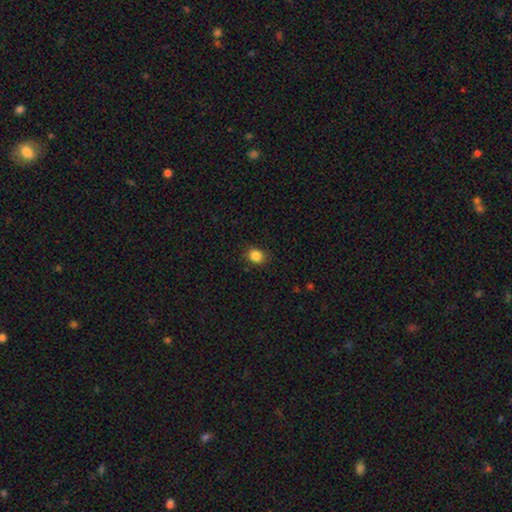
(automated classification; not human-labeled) Q: Smooth or featured?
A: smooth (85%); runner-up: star or artifact (11%)
Q: How rounded?
A: round (65%); runner-up: in between (34%)
Q: Merging?
A: none (86%); runner-up: minor disturbance (10%)